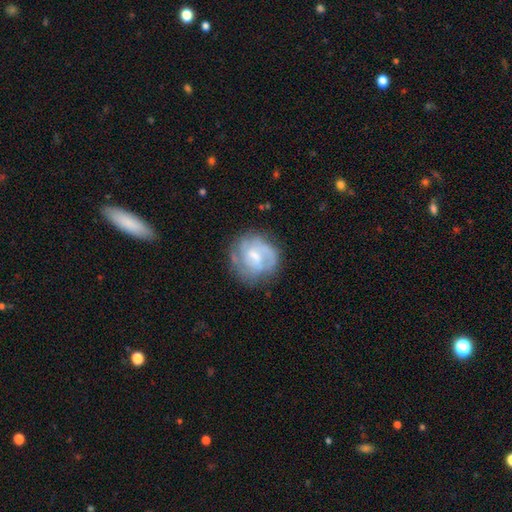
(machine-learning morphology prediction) featured or disk 70%, smooth 24%, star or artifact 6%. Down the decision tree: edge-on disk — no (98%); bar — weak (54%); spiral arms — yes (84%); spiral arm count — 2 (37%); spiral winding — tight (49%); bulge size — small (43%); merging — none (68%).